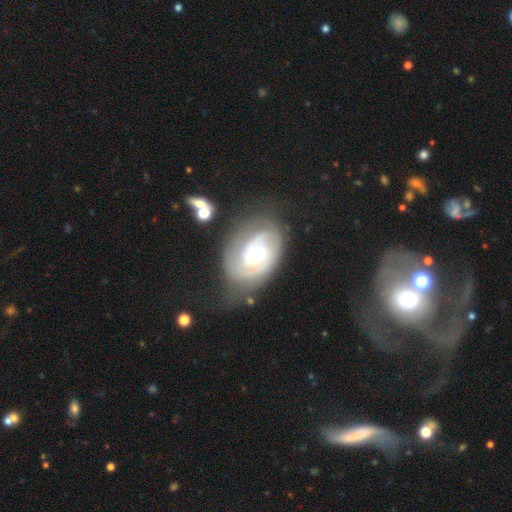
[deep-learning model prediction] featured or disk 87%, smooth 8%, star or artifact 5%. Down the decision tree: edge-on disk — no (97%); bar — no (52%); spiral arms — yes (96%); spiral arm count — 2 (57%); spiral winding — tight (63%); bulge size — moderate (48%); merging — none (63%).